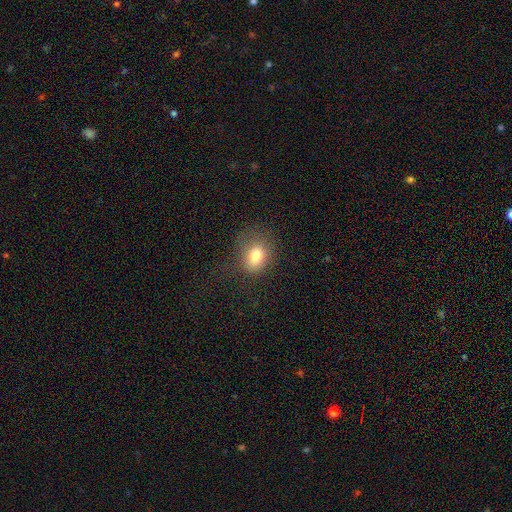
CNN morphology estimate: Smooth or featured? Predicted: smooth (p=0.77). How rounded? Predicted: in between (p=0.57). Merging? Predicted: none (p=0.65).